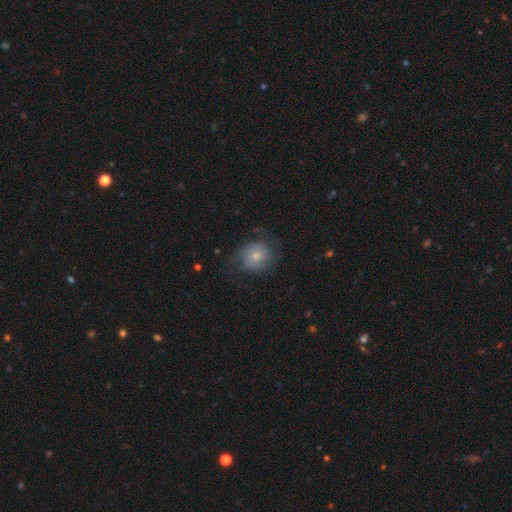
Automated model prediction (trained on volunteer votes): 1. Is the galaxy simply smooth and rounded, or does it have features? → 49% smooth, 43% featured or disk, 8% star or artifact.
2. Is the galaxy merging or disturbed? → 56% none, 24% minor disturbance, 19% major disturbance, 1% merger.